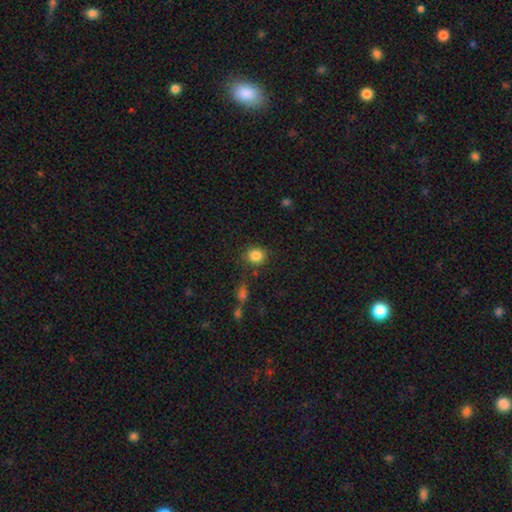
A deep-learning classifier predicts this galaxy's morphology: Smooth or featured?
  - smooth: 85% *
  - star or artifact: 10%
  - featured or disk: 5%
How rounded?
  - round: 80% *
  - in between: 19%
  - cigar-shaped: 1%
Merging?
  - none: 82% *
  - minor disturbance: 10%
  - merger: 4%
  - major disturbance: 3%